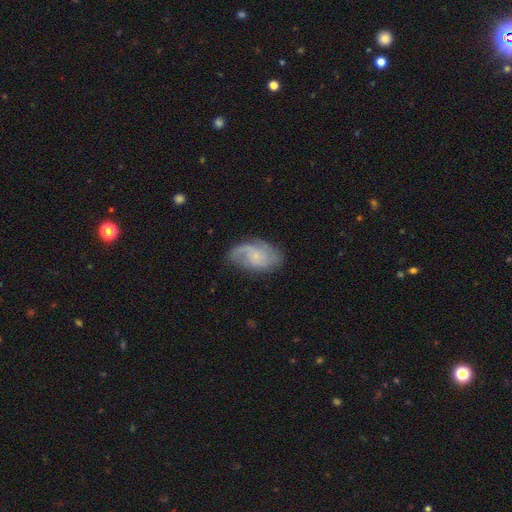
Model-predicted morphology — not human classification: Smooth or featured: featured or disk — 75% (smooth — 19%)
Edge-on disk: no — 97% (yes — 3%)
Bar: no — 66% (weak — 30%)
Spiral arms: yes — 94% (no — 6%)
Spiral winding: medium — 46% (loose — 28%)
Spiral arm count: 2 — 56% (can't tell — 18%)
Bulge size: small — 72% (moderate — 15%)
Merging: none — 66% (minor disturbance — 22%)